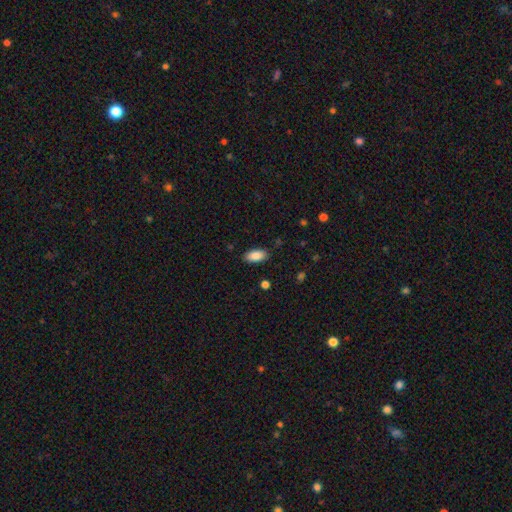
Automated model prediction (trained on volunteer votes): smooth 87%, star or artifact 7%, featured or disk 6%. Down the decision tree: how rounded — in between (92%); merging — none (86%).